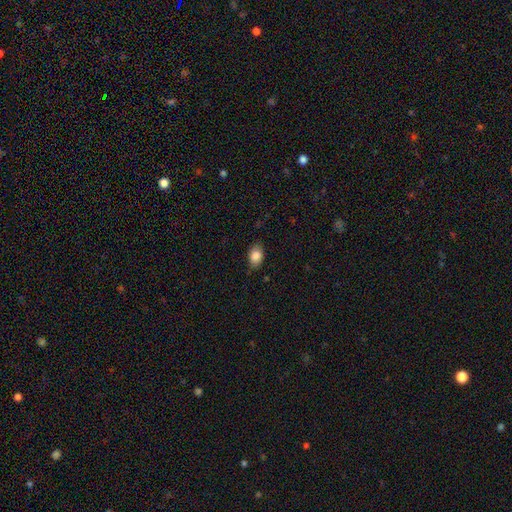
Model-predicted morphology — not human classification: type=smooth (84%); roundness=in between (85%); merging=none (79%).